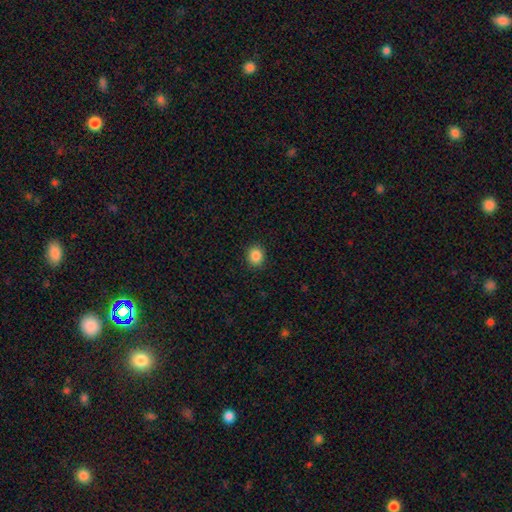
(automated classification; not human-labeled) A smooth galaxy with no disk features (86%) that is round (75%). Merging: none (91%).